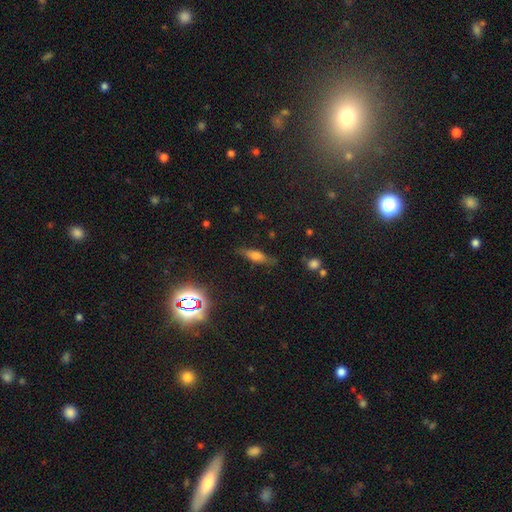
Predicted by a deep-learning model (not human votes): The model was most divided on "how rounded": cigar-shaped: 51%, in between: 45%, round: 4%. More confident: merging — none (77%); smooth or featured — smooth (55%).